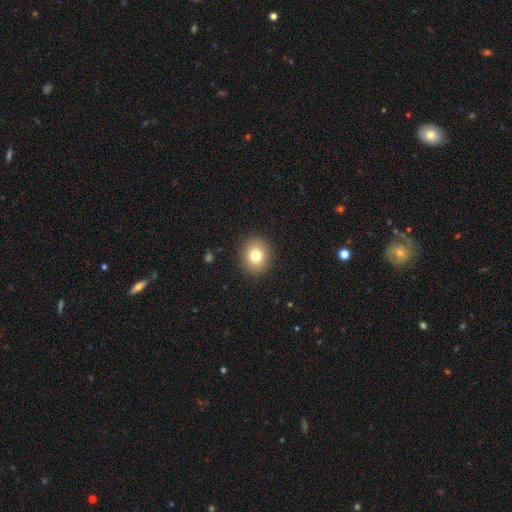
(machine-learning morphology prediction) smooth-or-featured: smooth: 78% | star or artifact: 11% | featured or disk: 10%
  how-rounded: round: 78% | in between: 21% | cigar-shaped: 1%
  merging: none: 91% | minor disturbance: 6% | major disturbance: 2% | merger: 1%